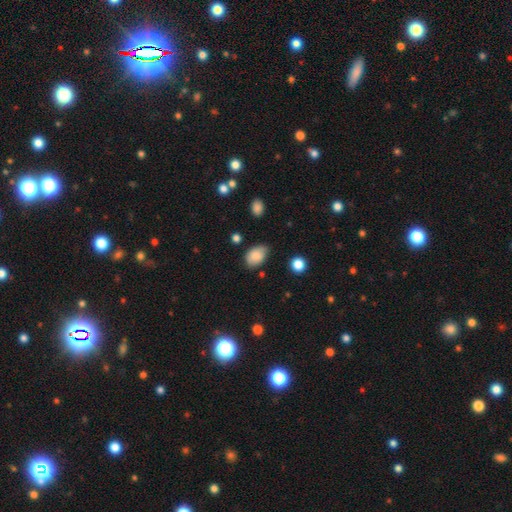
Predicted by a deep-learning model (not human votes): smooth_or_featured: smooth (p=0.82) [alt: featured or disk p=0.09]
how_rounded: in between (p=0.87) [alt: round p=0.12]
merging: none (p=0.63) [alt: minor disturbance p=0.30]